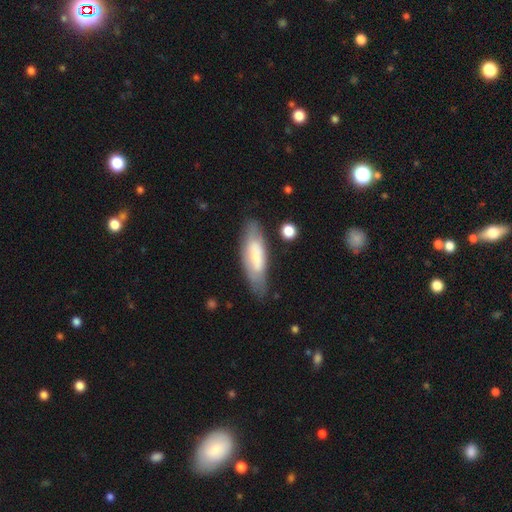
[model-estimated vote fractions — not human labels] Smooth or featured?
  - smooth: 57% *
  - featured or disk: 37%
  - star or artifact: 6%
How rounded?
  - in between: 51% *
  - cigar-shaped: 47%
  - round: 2%
Merging?
  - none: 71% *
  - minor disturbance: 20%
  - major disturbance: 6%
  - merger: 3%